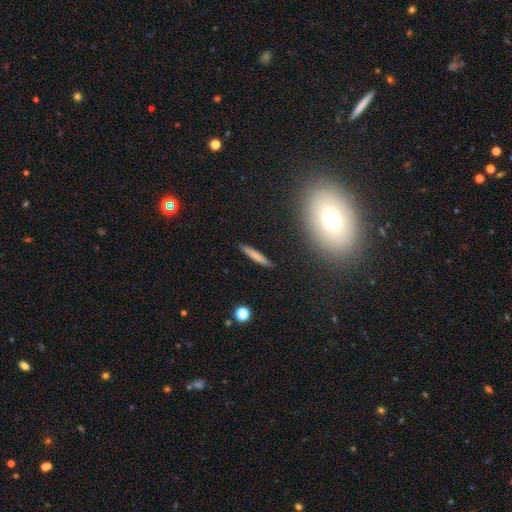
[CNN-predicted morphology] smooth-or-featured: smooth: 74% | featured or disk: 18% | star or artifact: 8%
  how-rounded: cigar-shaped: 91% | in between: 7% | round: 2%
  merging: none: 88% | minor disturbance: 8% | major disturbance: 2% | merger: 2%